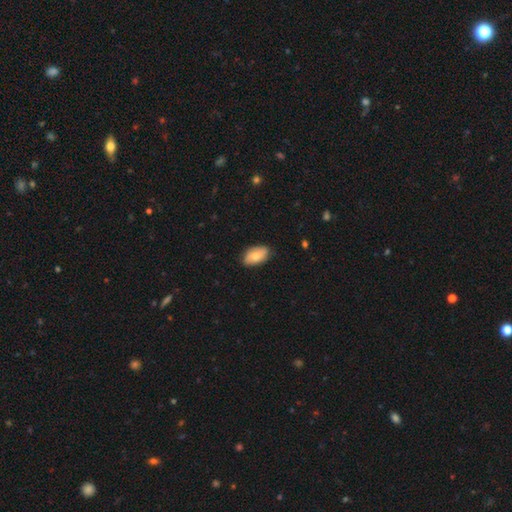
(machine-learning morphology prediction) type=smooth (74%); roundness=in between (93%); merging=none (82%).